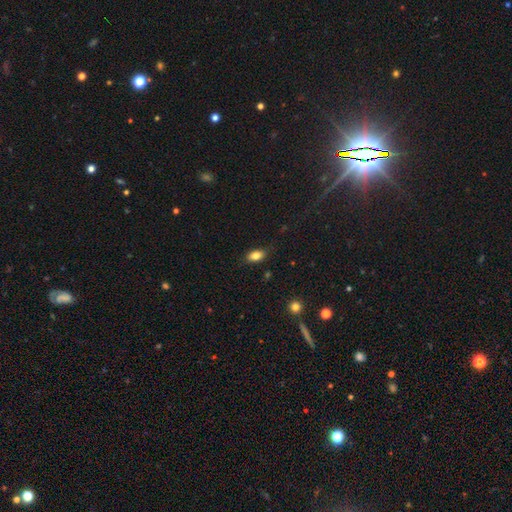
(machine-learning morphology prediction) Q: Smooth or featured?
A: smooth (82%); runner-up: star or artifact (9%)
Q: How rounded?
A: in between (88%); runner-up: round (8%)
Q: Merging?
A: none (82%); runner-up: minor disturbance (14%)